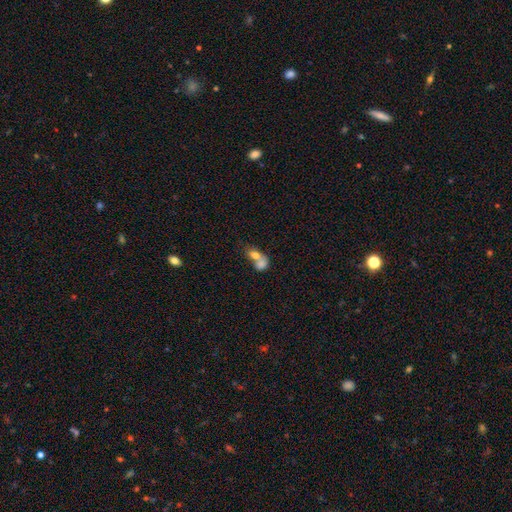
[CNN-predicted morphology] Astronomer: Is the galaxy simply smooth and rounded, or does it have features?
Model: smooth — 73%.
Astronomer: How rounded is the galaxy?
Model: in between — 67%.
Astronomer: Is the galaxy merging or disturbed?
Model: merger — 75%.